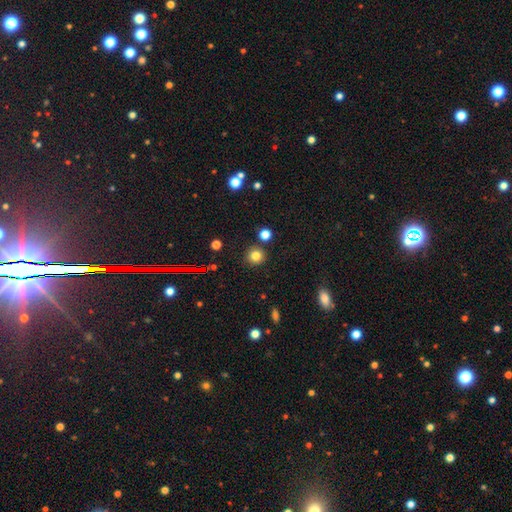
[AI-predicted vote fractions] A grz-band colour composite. It shows a smooth galaxy with no disk features (81%) that is round (92%). Merging: none (87%).